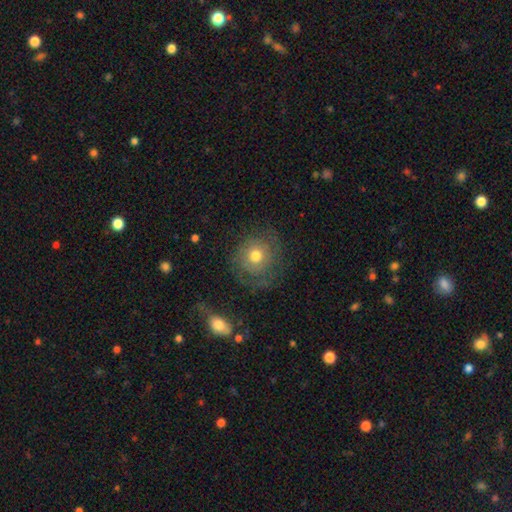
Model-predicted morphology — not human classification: smooth-or-featured: smooth: 53% | featured or disk: 35% | star or artifact: 12%
  how-rounded: round: 88% | in between: 11% | cigar-shaped: 1%
  merging: none: 69% | minor disturbance: 16% | major disturbance: 13% | merger: 2%